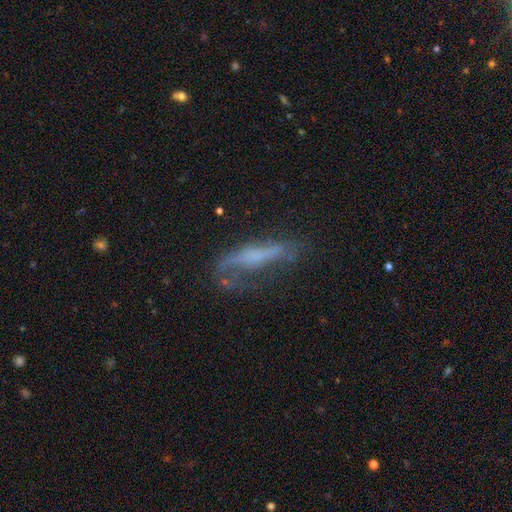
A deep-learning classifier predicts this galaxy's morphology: Smooth or featured: featured or disk — 55% (smooth — 33%)
Edge-on disk: no — 52% (yes — 48%)
Merging: none — 43% (major disturbance — 28%)